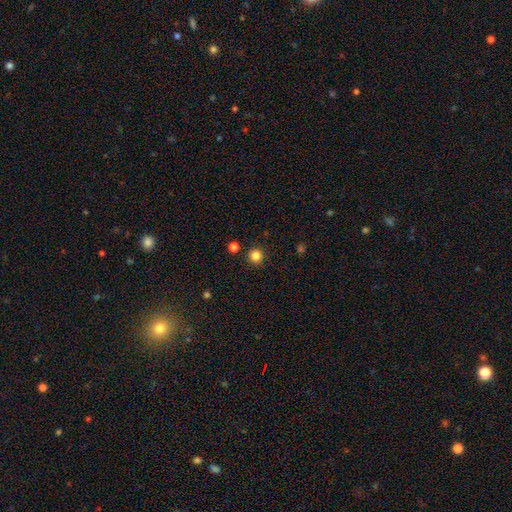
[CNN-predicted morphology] smooth_or_featured: smooth (p=0.84) [alt: star or artifact p=0.13]
how_rounded: round (p=0.95) [alt: in between p=0.04]
merging: none (p=0.91) [alt: minor disturbance p=0.05]